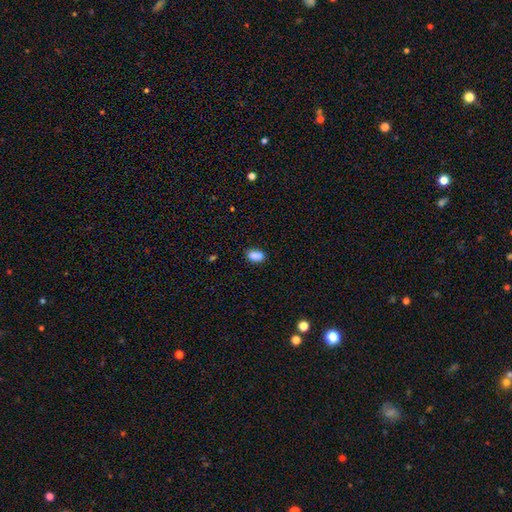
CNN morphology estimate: Smooth or featured? Predicted: smooth (p=0.84). How rounded? Predicted: in between (p=0.85). Merging? Predicted: none (p=0.67).